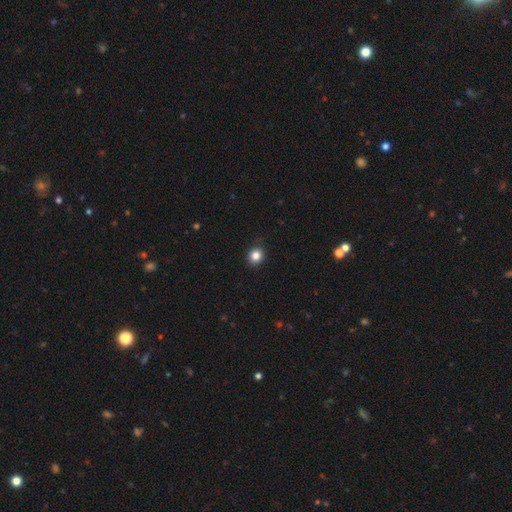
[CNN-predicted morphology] A smooth galaxy with no disk features (84%) that is round (76%). Merging: none (88%).